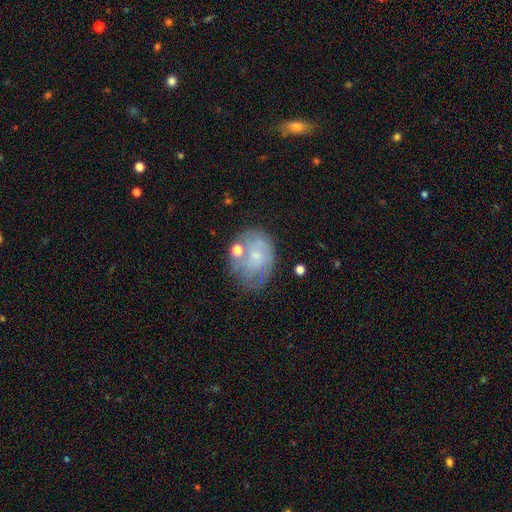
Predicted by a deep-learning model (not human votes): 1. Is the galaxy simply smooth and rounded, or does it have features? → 52% featured or disk, 38% smooth, 10% star or artifact.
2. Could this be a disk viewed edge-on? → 97% no, 3% yes.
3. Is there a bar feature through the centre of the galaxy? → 78% no, 19% weak, 3% strong.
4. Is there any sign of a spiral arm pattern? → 64% yes, 36% no.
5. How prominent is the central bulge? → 66% small, 19% moderate, 12% none, 2% large, 1% dominant.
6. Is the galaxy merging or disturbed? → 49% none, 27% minor disturbance, 15% major disturbance, 9% merger.